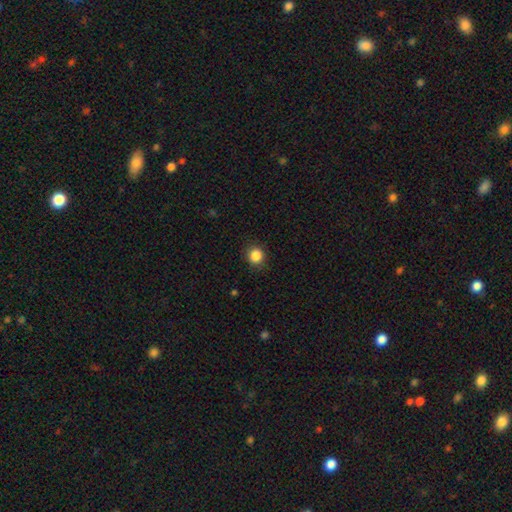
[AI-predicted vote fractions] Q: Smooth or featured?
A: smooth (87%); runner-up: star or artifact (10%)
Q: How rounded?
A: round (87%); runner-up: in between (13%)
Q: Merging?
A: none (88%); runner-up: minor disturbance (8%)